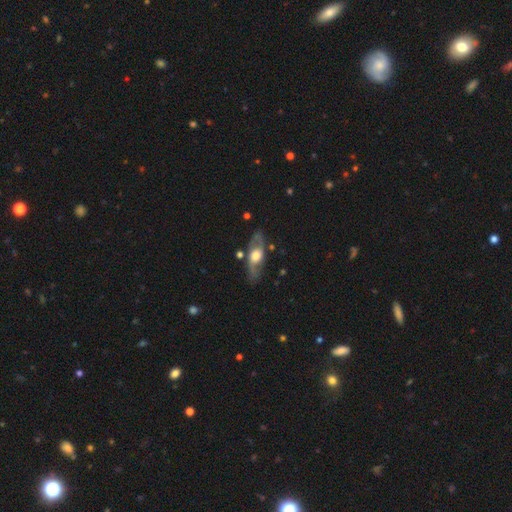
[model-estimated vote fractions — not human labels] This is likely a featured or disk galaxy (68%). It is likely not viewed edge-on (70%). Merging: likely none (77%).